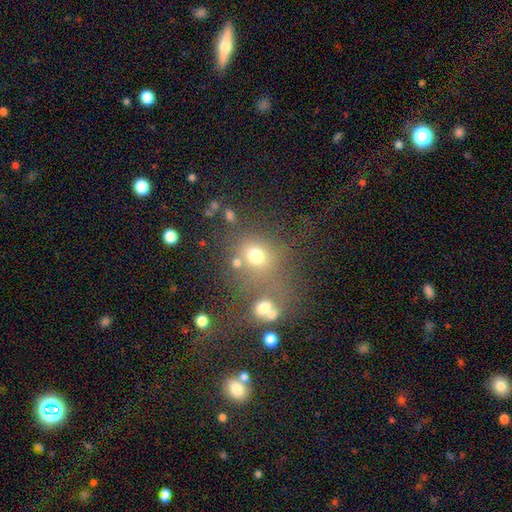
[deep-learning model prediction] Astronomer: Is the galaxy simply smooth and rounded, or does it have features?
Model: smooth — 67%.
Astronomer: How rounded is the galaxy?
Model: round — 74%.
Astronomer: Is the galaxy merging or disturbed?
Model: none — 48% (runner-up: merger, 32%).